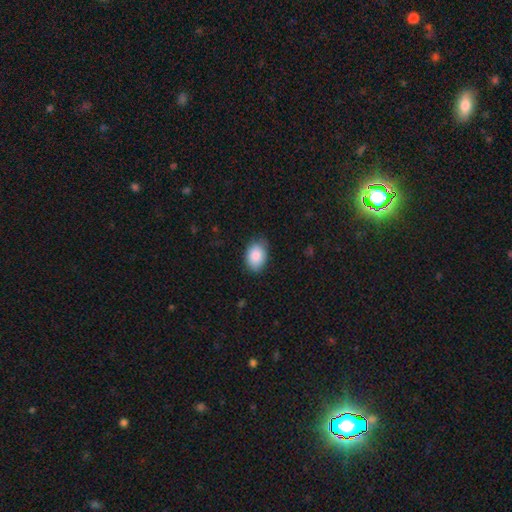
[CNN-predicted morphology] smooth 88%, star or artifact 7%, featured or disk 6%. Down the decision tree: how rounded — in between (83%); merging — none (77%).